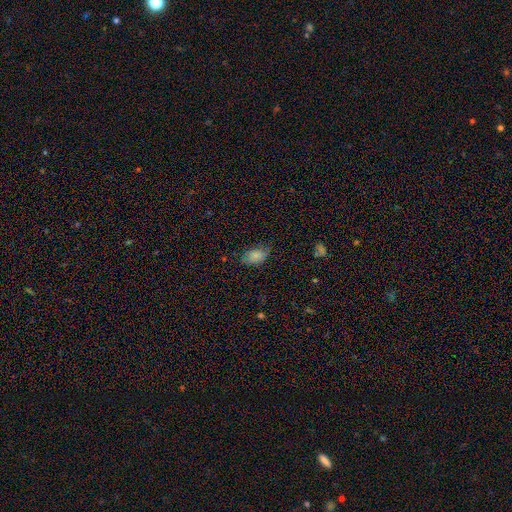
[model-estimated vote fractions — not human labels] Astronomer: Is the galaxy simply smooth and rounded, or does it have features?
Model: smooth — 80%.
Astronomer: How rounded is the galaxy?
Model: in between — 89%.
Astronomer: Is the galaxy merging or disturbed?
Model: none — 65%.